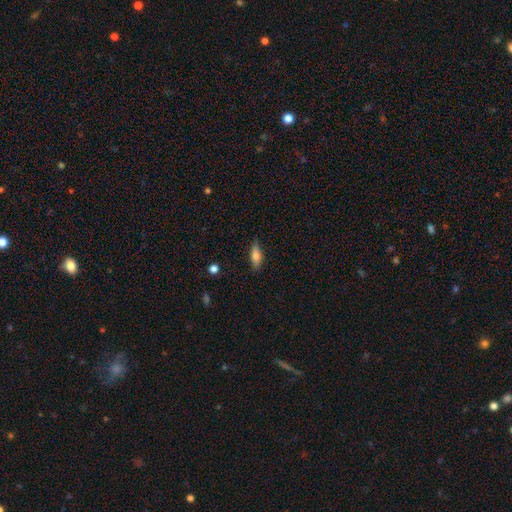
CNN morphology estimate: type=smooth (74%); roundness=in between (65%); merging=none (82%).